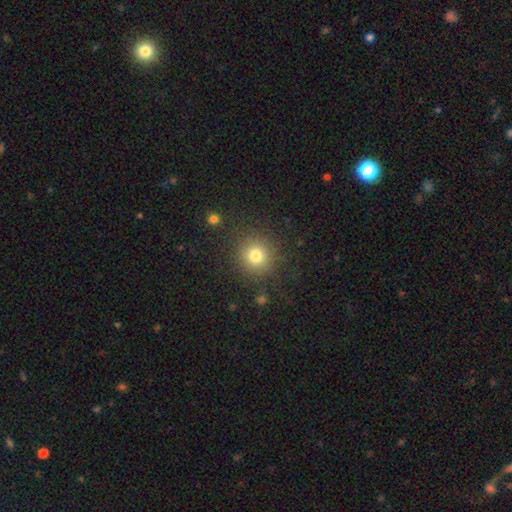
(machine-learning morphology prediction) This is likely a smooth galaxy (78%). How rounded: clearly round (91%). Merging: clearly none (85%).